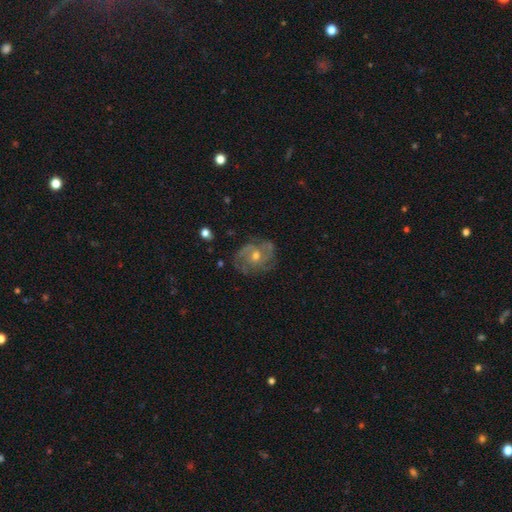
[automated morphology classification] Overall: featured or disk (83%). Edge-on disk: no (98%). Bar: no (70%). Spiral arms: yes (93%). Spiral arm count: 3 (33%; can't tell 22%). Spiral winding: tight (47%; medium 42%). Bulge size: moderate (61%; small 34%). Merging: none (75%).